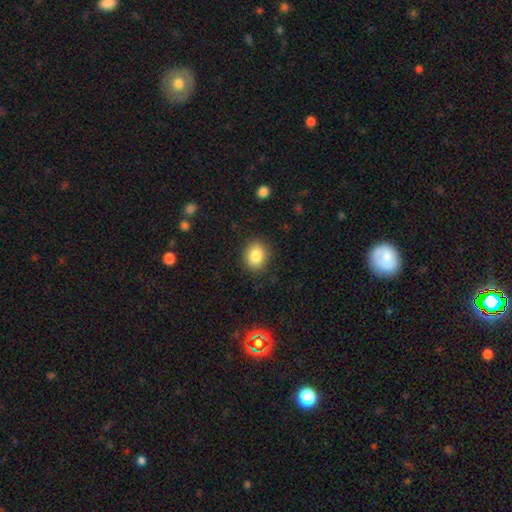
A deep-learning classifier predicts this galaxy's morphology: Smooth or featured? Predicted: smooth (p=0.85). How rounded? Predicted: round (p=0.57). Merging? Predicted: none (p=0.87).